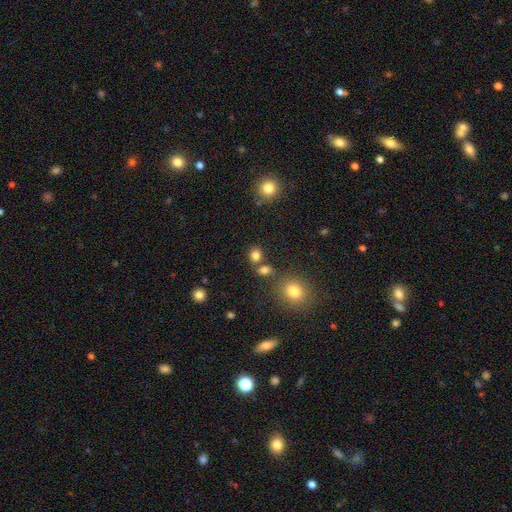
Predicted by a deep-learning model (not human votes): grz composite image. It shows a smooth galaxy with no disk features (80%) that is round (71%). Merging: none (65%).